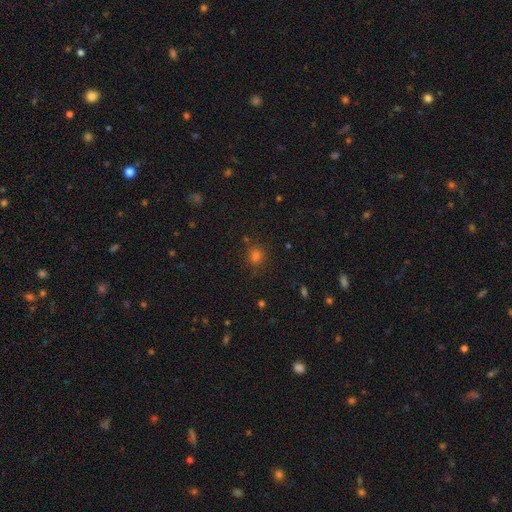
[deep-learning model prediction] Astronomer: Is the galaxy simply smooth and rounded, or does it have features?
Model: smooth — 70%.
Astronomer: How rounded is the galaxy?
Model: round — 83%.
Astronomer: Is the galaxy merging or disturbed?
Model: none — 82%.